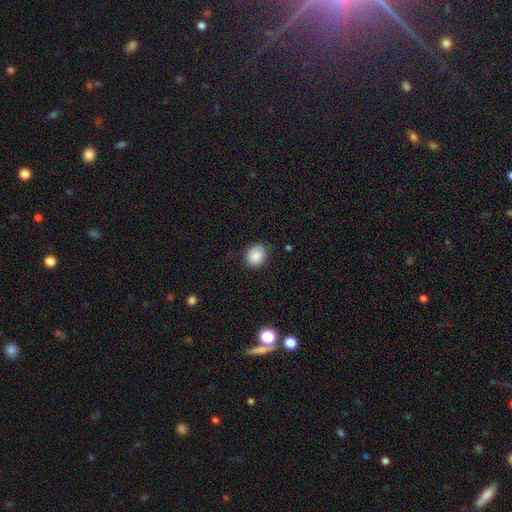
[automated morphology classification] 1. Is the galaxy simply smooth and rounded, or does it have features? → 88% smooth, 8% star or artifact, 4% featured or disk.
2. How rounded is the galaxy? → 51% round, 48% in between, 1% cigar-shaped.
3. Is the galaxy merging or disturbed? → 82% none, 14% minor disturbance, 3% major disturbance, 1% merger.